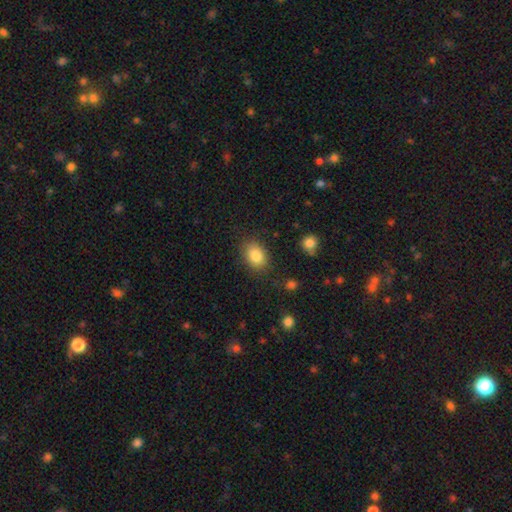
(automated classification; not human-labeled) smooth_or_featured: smooth (p=0.84) [alt: star or artifact p=0.08]
how_rounded: in between (p=0.72) [alt: round p=0.27]
merging: none (p=0.82) [alt: minor disturbance p=0.12]